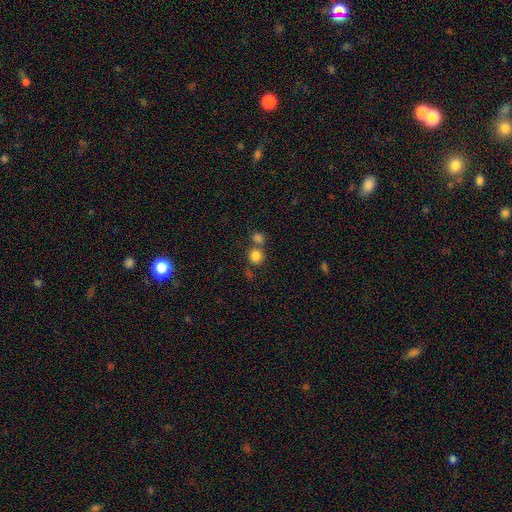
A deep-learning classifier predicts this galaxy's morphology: Smooth or featured?
  - smooth: 82% *
  - star or artifact: 12%
  - featured or disk: 6%
How rounded?
  - round: 89% *
  - in between: 10%
  - cigar-shaped: 1%
Merging?
  - none: 61% *
  - merger: 28%
  - minor disturbance: 8%
  - major disturbance: 3%